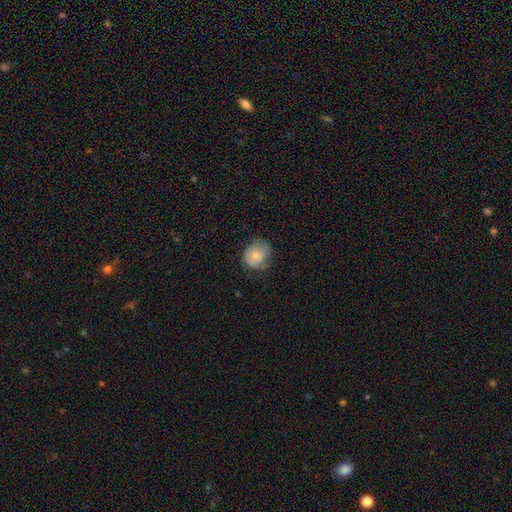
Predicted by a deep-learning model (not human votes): Q: Smooth or featured?
A: smooth (70%); runner-up: featured or disk (23%)
Q: How rounded?
A: round (80%); runner-up: in between (19%)
Q: Merging?
A: none (59%); runner-up: minor disturbance (29%)